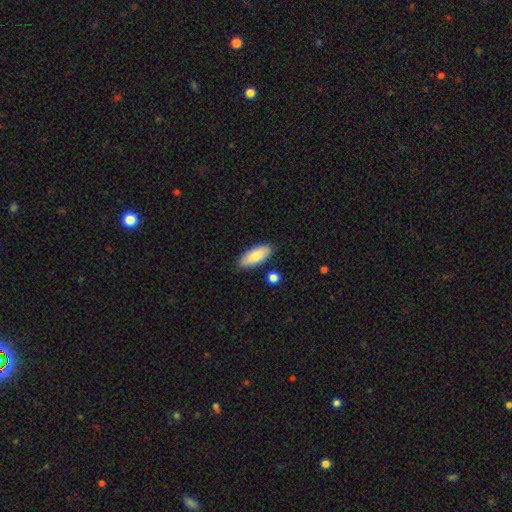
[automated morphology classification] type=smooth (83%); roundness=in between (79%); merging=none (84%).